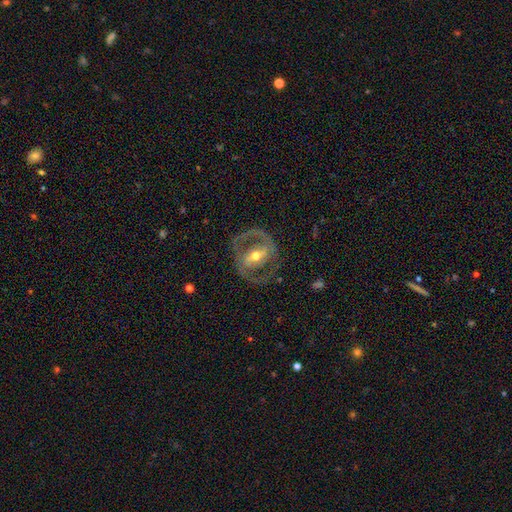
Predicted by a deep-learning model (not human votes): Smooth or featured? featured or disk (87%)
Edge-on disk? no (96%)
Bar? strong (50%)
Spiral arms? yes (88%)
Spiral winding? medium (53%)
Spiral arm count? 2 (89%)
Bulge size? moderate (59%)
Merging? none (77%)